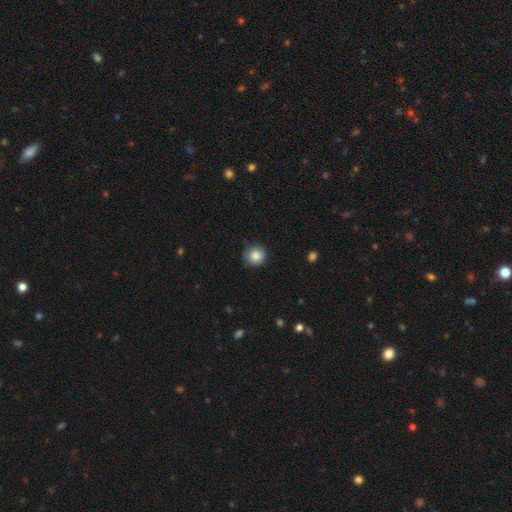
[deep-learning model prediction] Morphology: type=smooth (85%); roundness=round (92%); merging=none (80%).